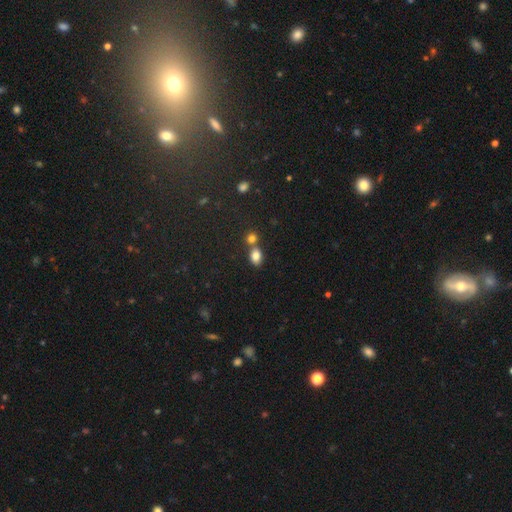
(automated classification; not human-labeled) Smooth or featured? smooth (81%)
How rounded? in between (76%)
Merging? none (51%)